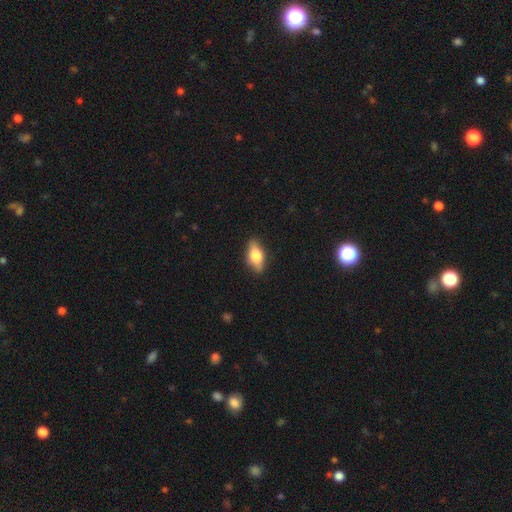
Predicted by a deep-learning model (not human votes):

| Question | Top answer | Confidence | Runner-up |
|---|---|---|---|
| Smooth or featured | smooth | 60% | featured or disk (33%) |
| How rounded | in between | 79% | cigar-shaped (15%) |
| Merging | none | 85% | minor disturbance (11%) |